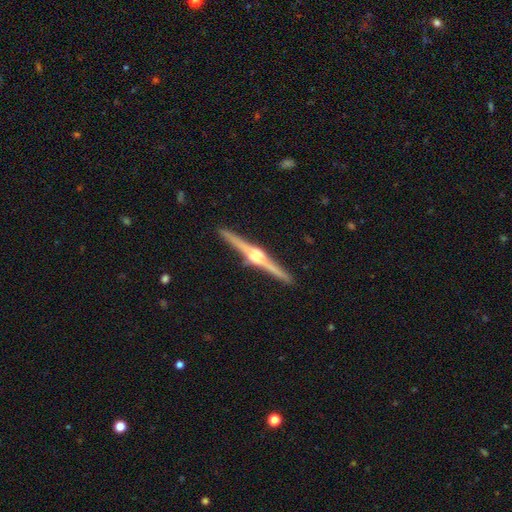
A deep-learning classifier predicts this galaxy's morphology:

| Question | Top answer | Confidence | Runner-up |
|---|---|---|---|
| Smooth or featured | featured or disk | 88% | smooth (7%) |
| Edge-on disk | yes | 99% | no (1%) |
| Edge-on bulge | rounded | 92% | boxy (6%) |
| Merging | none | 92% | minor disturbance (5%) |